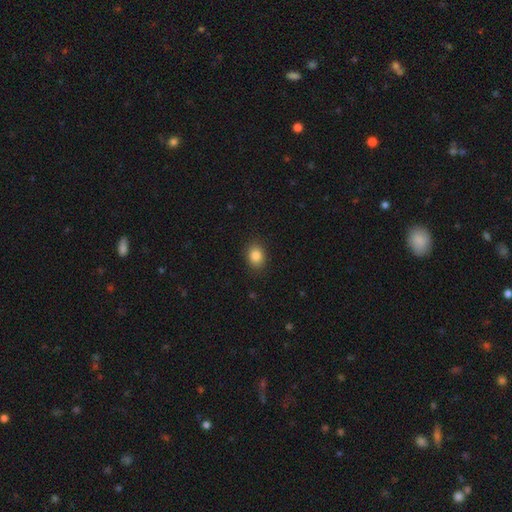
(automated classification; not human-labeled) This is clearly a smooth galaxy (85%). How rounded: possibly in between (58%). Merging: clearly none (88%).